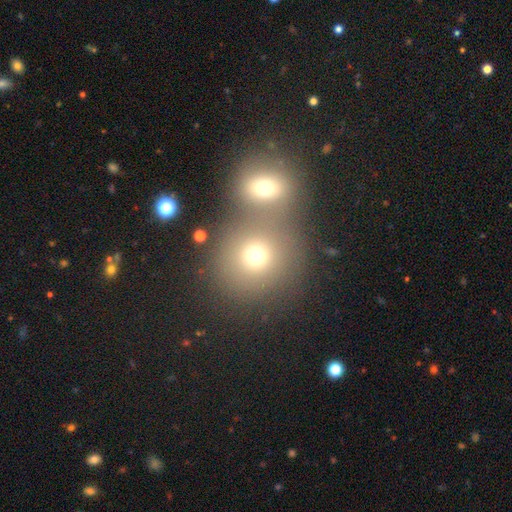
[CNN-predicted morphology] A smooth galaxy with no disk features (72%) that is round (84%). Merging: merger (46%).